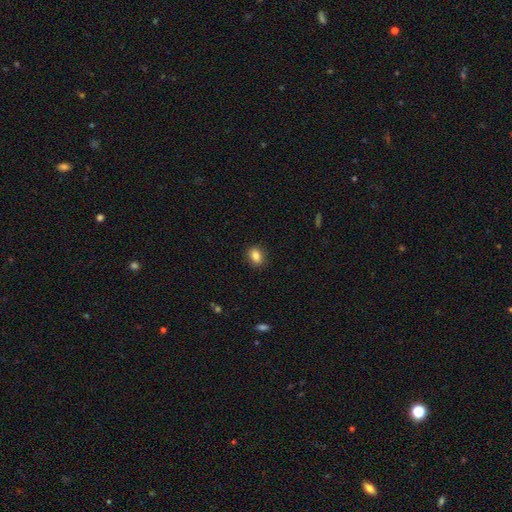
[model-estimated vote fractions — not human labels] Q: Smooth or featured?
A: smooth (85%); runner-up: star or artifact (9%)
Q: How rounded?
A: in between (63%); runner-up: round (36%)
Q: Merging?
A: none (87%); runner-up: minor disturbance (10%)